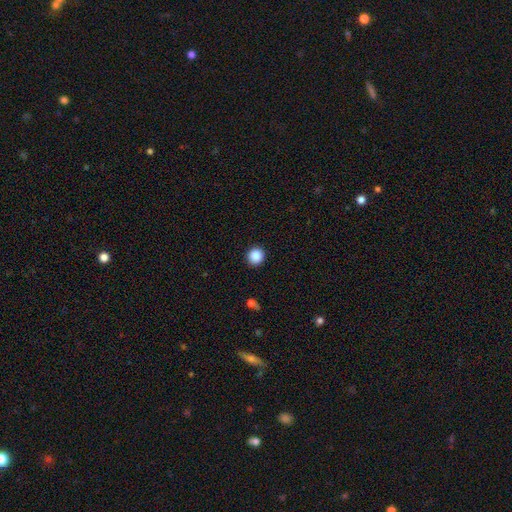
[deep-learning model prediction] A smooth galaxy with no disk features (87%) that is round (93%). Merging: none (92%).